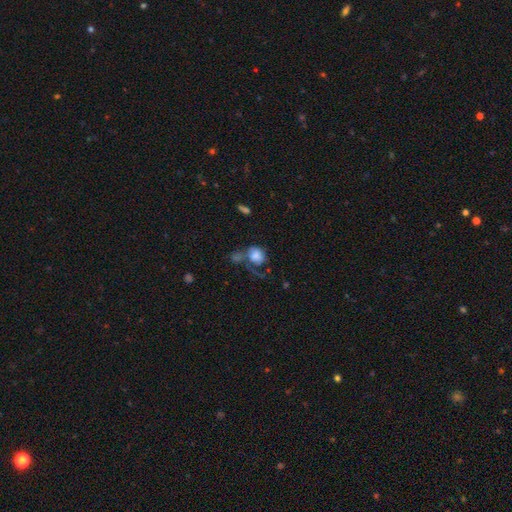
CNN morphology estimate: smooth-or-featured: smooth: 63% | featured or disk: 28% | star or artifact: 10%
  how-rounded: round: 54% | in between: 45% | cigar-shaped: 1%
  merging: merger: 35% | major disturbance: 32% | none: 20% | minor disturbance: 13%